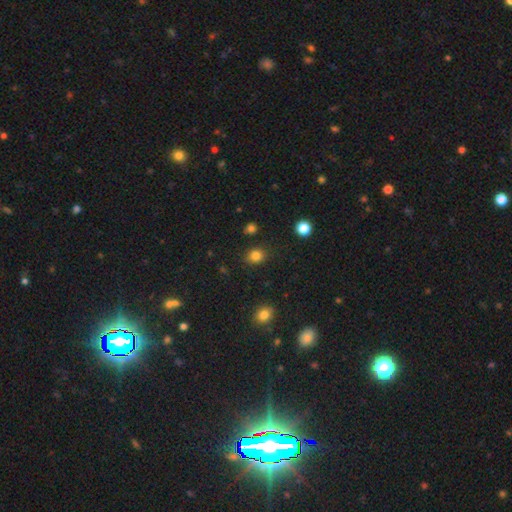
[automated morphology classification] Smooth or featured? Predicted: smooth (p=0.83). How rounded? Predicted: round (p=0.64). Merging? Predicted: none (p=0.85).